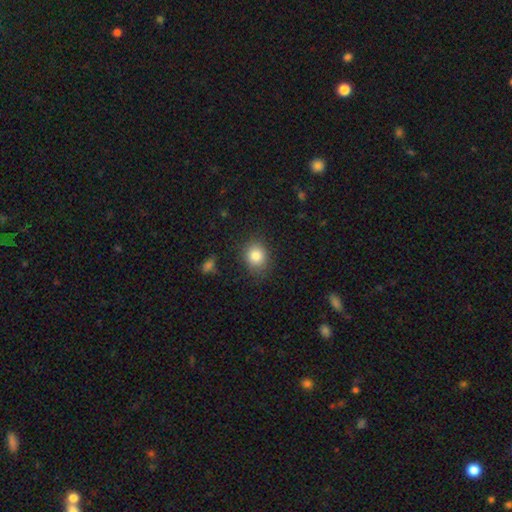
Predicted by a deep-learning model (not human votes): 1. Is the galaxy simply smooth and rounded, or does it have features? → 84% smooth, 10% star or artifact, 6% featured or disk.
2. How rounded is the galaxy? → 69% round, 30% in between, 1% cigar-shaped.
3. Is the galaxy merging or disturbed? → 84% none, 11% minor disturbance, 3% major disturbance, 2% merger.